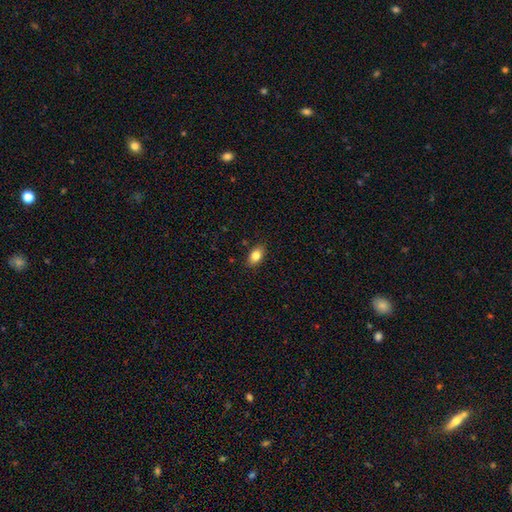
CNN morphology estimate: smooth_or_featured: smooth (p=0.84) [alt: star or artifact p=0.08]
how_rounded: in between (p=0.88) [alt: round p=0.09]
merging: none (p=0.86) [alt: minor disturbance p=0.10]